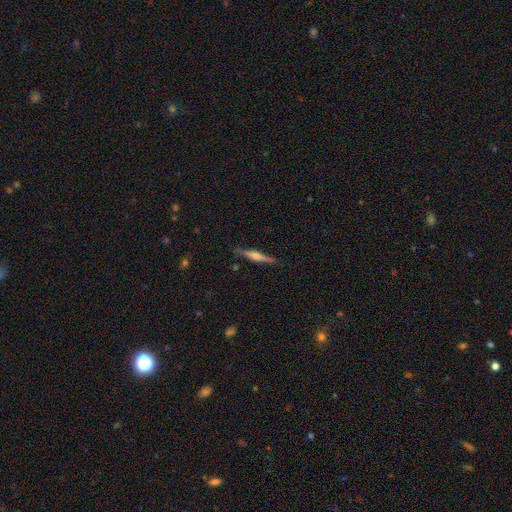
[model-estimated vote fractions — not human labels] Smooth or featured?
  - featured or disk: 68% *
  - smooth: 26%
  - star or artifact: 6%
Edge-on disk?
  - yes: 98% *
  - no: 2%
Edge-on bulge?
  - rounded: 77% *
  - boxy: 14%
  - none: 9%
Merging?
  - none: 87% *
  - minor disturbance: 9%
  - major disturbance: 2%
  - merger: 1%